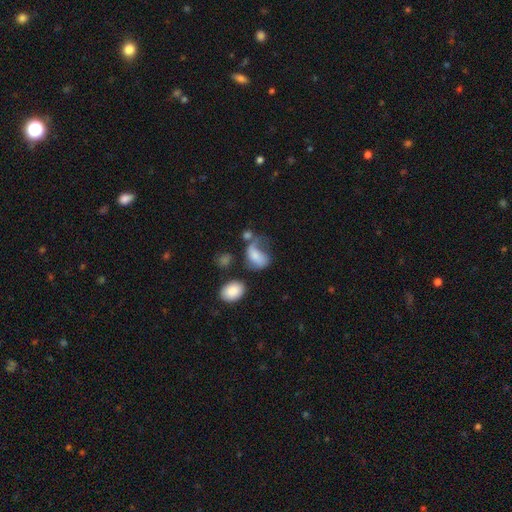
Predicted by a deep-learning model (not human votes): A smooth galaxy with no disk features (66%) that is in between round and cigar-shaped (84%). Merging: major disturbance (37%).